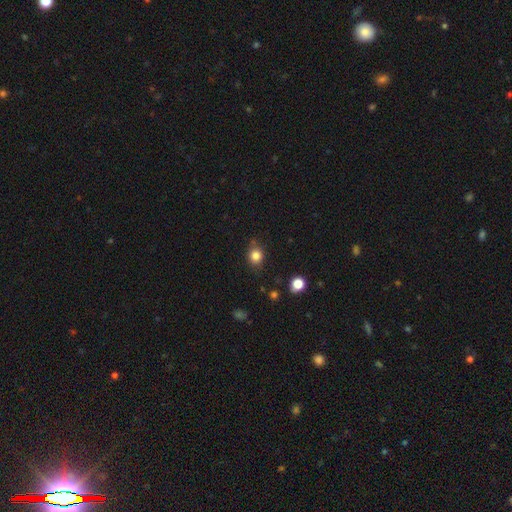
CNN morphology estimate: Smooth or featured? smooth (83%)
How rounded? round (75%)
Merging? none (79%)